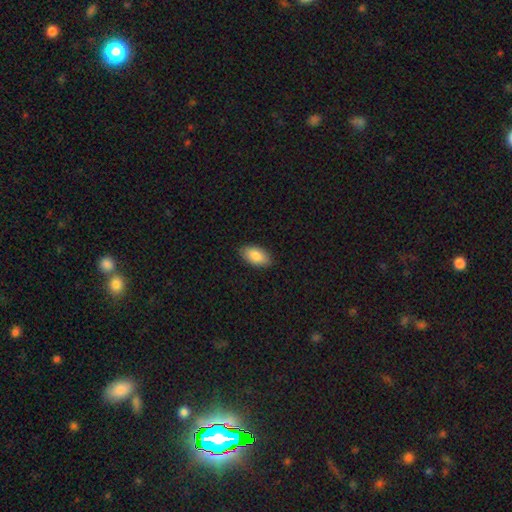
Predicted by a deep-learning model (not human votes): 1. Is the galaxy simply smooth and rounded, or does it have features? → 87% smooth, 7% featured or disk, 6% star or artifact.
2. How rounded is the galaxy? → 95% in between, 3% round, 3% cigar-shaped.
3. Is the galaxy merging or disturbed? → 87% none, 10% minor disturbance, 2% major disturbance, 1% merger.